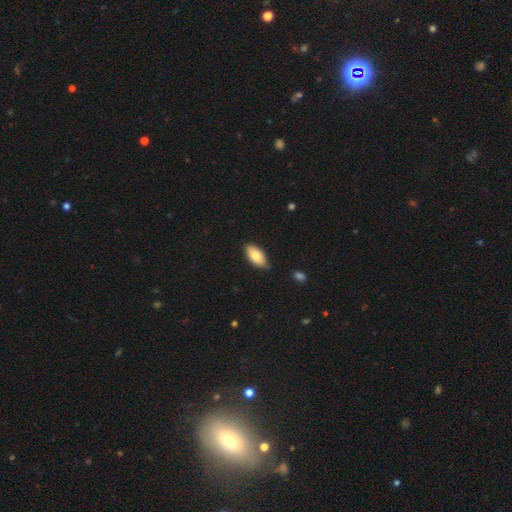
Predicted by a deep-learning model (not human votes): Overall: smooth (80%). How rounded: in between (92%). Merging: none (78%).